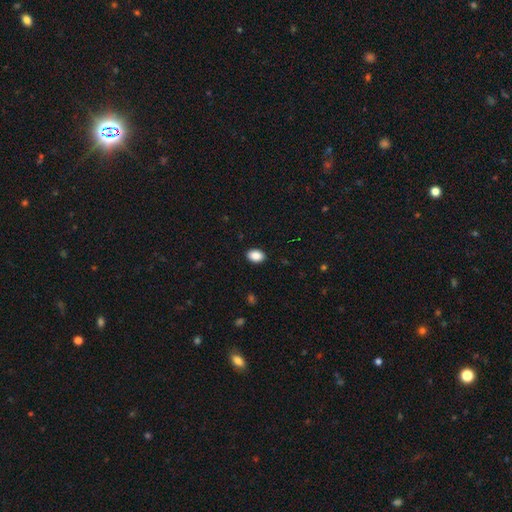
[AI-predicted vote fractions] Morphology: type=smooth (89%); roundness=in between (80%); merging=none (90%).